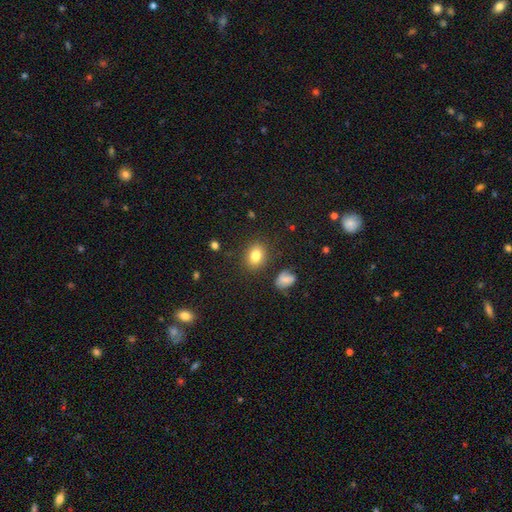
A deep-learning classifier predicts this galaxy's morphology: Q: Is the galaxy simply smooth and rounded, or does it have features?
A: smooth — 82%.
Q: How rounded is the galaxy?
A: in between — 57%.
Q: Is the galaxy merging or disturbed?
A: none — 84%.